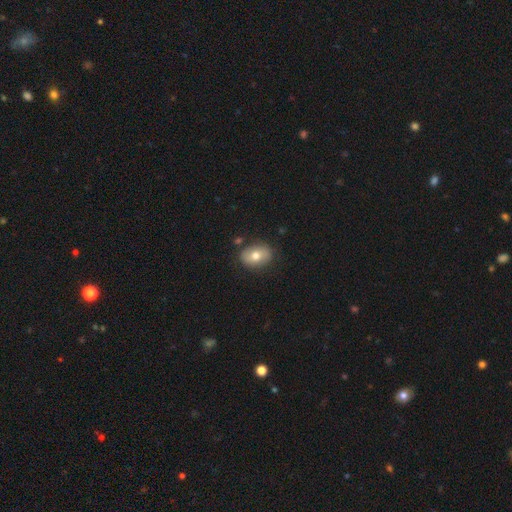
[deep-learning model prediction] This is likely a smooth galaxy (69%). How rounded: likely in between (70%). Merging: clearly none (81%).